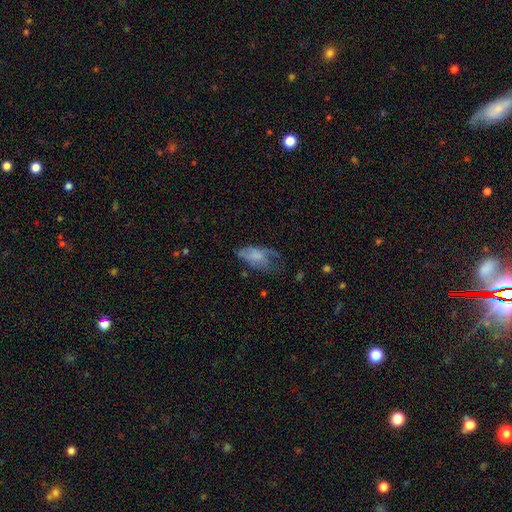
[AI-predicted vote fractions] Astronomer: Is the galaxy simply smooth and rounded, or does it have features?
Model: smooth — 56% (runner-up: featured or disk, 35%).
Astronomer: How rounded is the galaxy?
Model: in between — 90%.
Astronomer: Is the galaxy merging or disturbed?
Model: major disturbance — 43% (runner-up: minor disturbance, 27%).